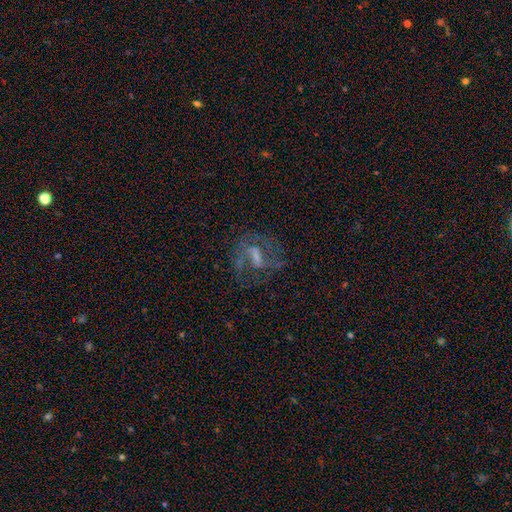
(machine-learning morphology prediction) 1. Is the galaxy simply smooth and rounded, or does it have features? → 74% featured or disk, 14% smooth, 13% star or artifact.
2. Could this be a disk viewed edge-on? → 95% no, 5% yes.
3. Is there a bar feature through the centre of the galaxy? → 45% weak, 38% strong, 17% no.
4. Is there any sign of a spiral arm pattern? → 87% yes, 13% no.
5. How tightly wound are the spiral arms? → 53% medium, 27% loose, 20% tight.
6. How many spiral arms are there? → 74% 2, 13% can't tell, 5% 1, 4% 3, 2% 4, 2% more than 4.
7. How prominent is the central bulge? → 32% none, 29% small, 28% moderate, 8% large, 1% dominant.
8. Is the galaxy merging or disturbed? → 63% none, 18% major disturbance, 16% minor disturbance, 2% merger.